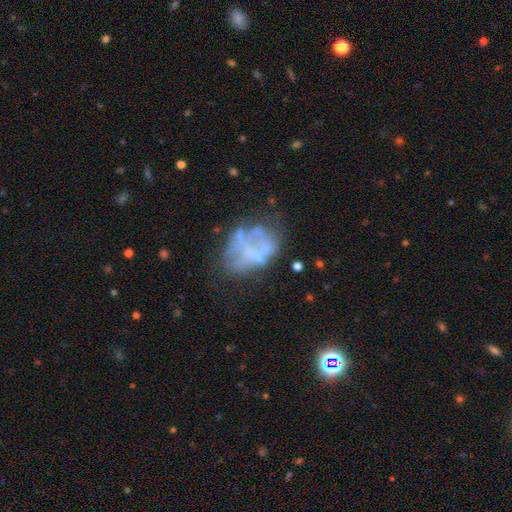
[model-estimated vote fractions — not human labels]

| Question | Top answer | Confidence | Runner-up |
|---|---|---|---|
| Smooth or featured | featured or disk | 58% | smooth (28%) |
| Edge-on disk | no | 98% | yes (2%) |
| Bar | no | 91% | weak (7%) |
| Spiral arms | no | 92% | yes (8%) |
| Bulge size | none | 75% | small (11%) |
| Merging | none | 37% | major disturbance (28%) |